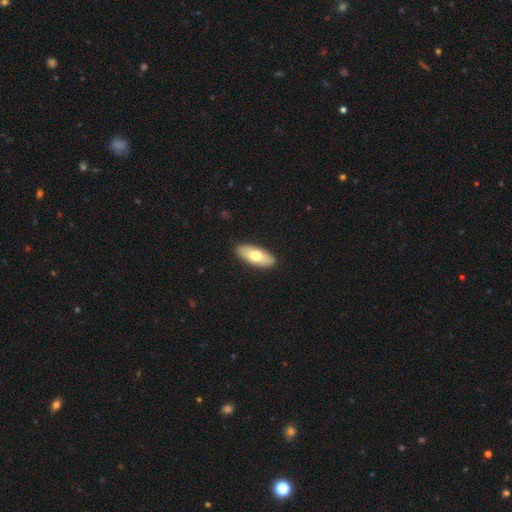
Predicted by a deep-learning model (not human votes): This is likely a smooth galaxy (70%). How rounded: clearly in between (80%). Merging: clearly none (90%).